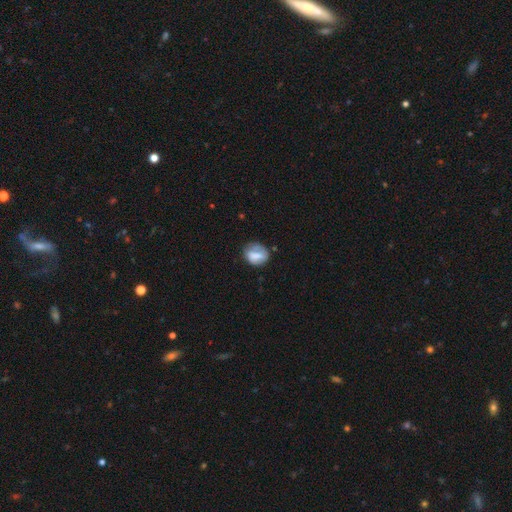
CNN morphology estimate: Smooth or featured?
  - smooth: 64% *
  - featured or disk: 27%
  - star or artifact: 9%
How rounded?
  - round: 50% *
  - in between: 48%
  - cigar-shaped: 2%
Merging?
  - none: 55% *
  - minor disturbance: 28%
  - major disturbance: 12%
  - merger: 5%